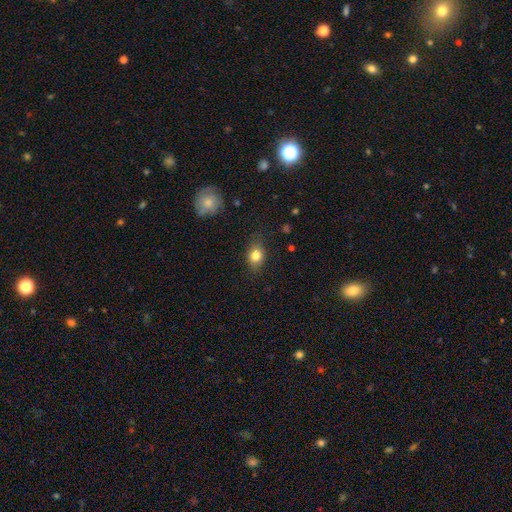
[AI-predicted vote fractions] The model was most divided on "how rounded": in between: 64%, round: 35%, cigar-shaped: 2%. More confident: smooth or featured — smooth (80%); merging — none (80%).